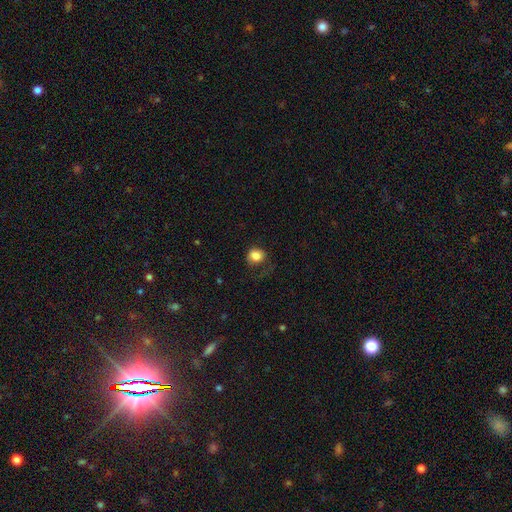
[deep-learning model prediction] This appears to be a smooth galaxy with no disk features (83%) that is round (68%). Merging: none (57%).